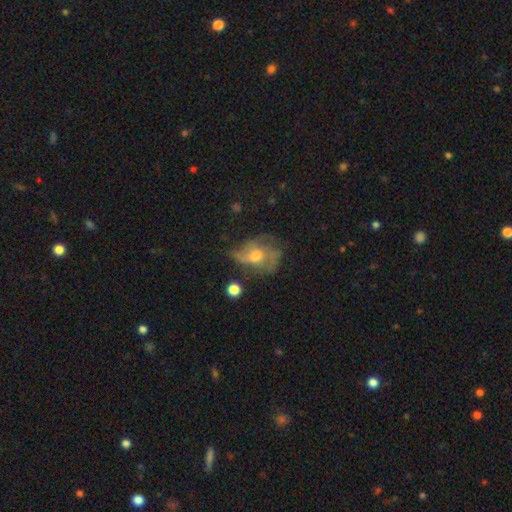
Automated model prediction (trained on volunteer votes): Overall: featured or disk (63%; smooth 27%). Edge-on disk: no (97%). Bar: no (69%). Spiral arms: yes (72%). Bulge size: moderate (60%; small 27%). Merging: none (43%; major disturbance 28%).